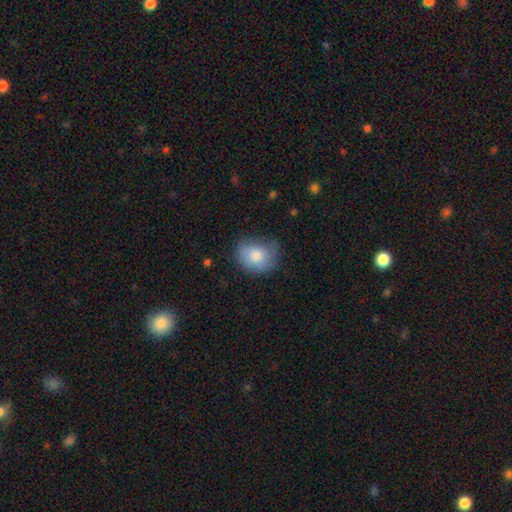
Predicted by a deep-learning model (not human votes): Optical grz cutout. It shows a smooth galaxy with no disk features (79%) that is round (57%). Merging: none (59%).